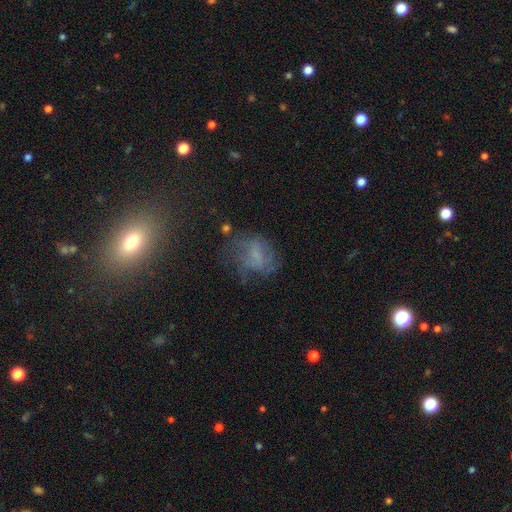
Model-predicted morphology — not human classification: This is marginally a featured or disk galaxy (43%). Merging: possibly none (48%).